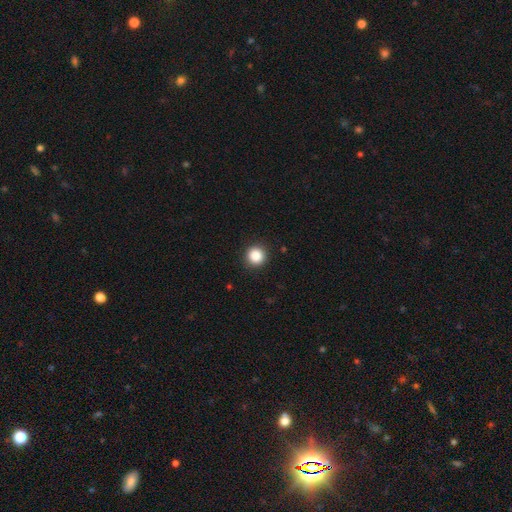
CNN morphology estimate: Smooth or featured? smooth (87%)
How rounded? round (95%)
Merging? none (92%)